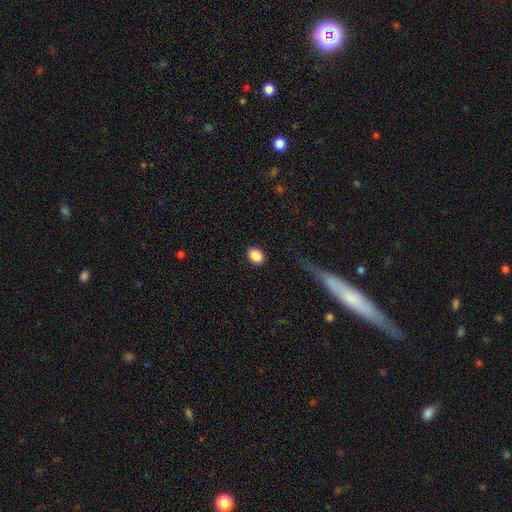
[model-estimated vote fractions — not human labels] smooth_or_featured: smooth (p=0.89) [alt: star or artifact p=0.08]
how_rounded: in between (p=0.64) [alt: round p=0.34]
merging: none (p=0.88) [alt: minor disturbance p=0.08]